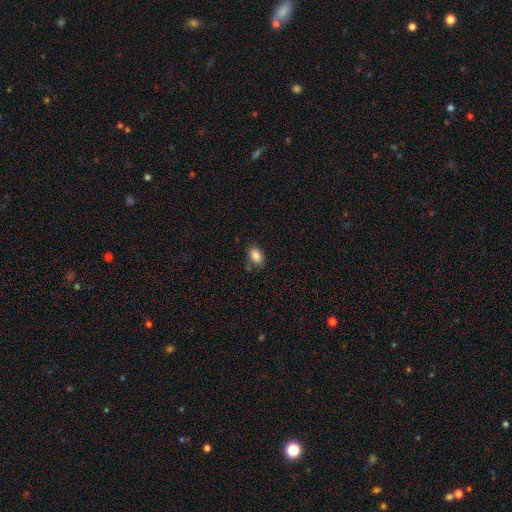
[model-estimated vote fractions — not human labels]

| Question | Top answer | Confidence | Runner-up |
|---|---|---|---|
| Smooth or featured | smooth | 87% | star or artifact (8%) |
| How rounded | in between | 88% | round (11%) |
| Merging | none | 76% | minor disturbance (17%) |